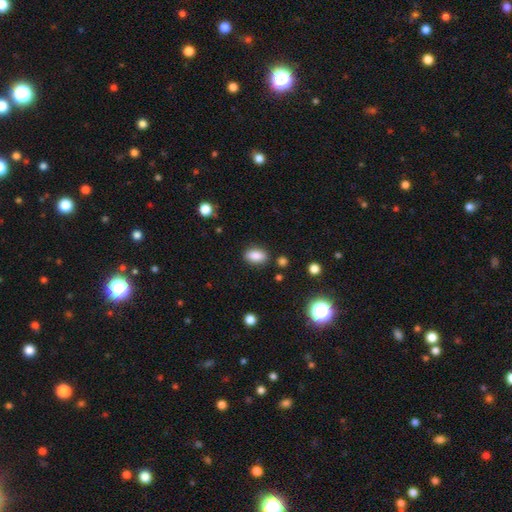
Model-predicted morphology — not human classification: This is clearly a smooth galaxy (86%). How rounded: clearly in between (87%). Merging: clearly none (85%).